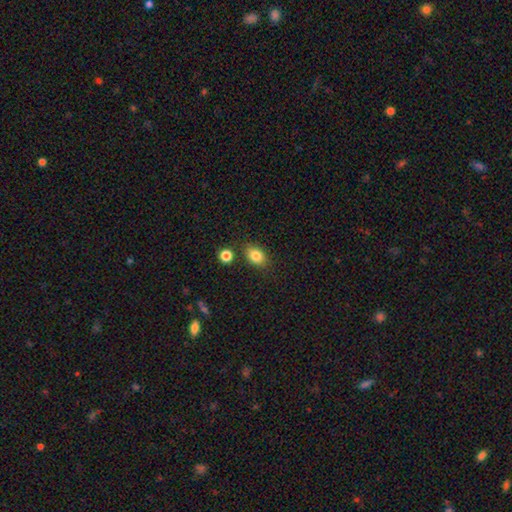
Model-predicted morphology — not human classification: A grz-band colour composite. It shows a smooth galaxy with no disk features (83%) that is in between round and cigar-shaped (71%). Merging: none (80%).